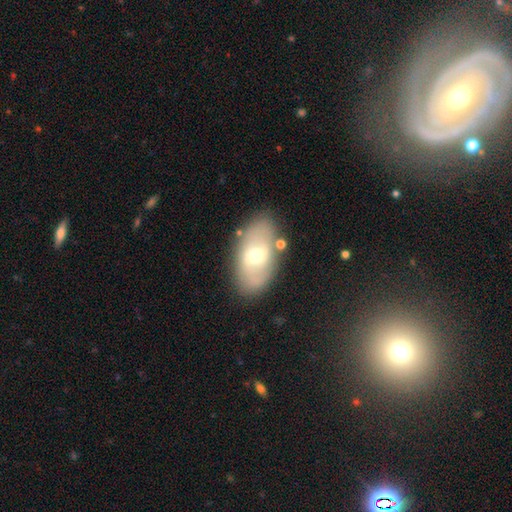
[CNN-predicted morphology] This appears to be a featured or disk galaxy (49%). Merging: none (79%).